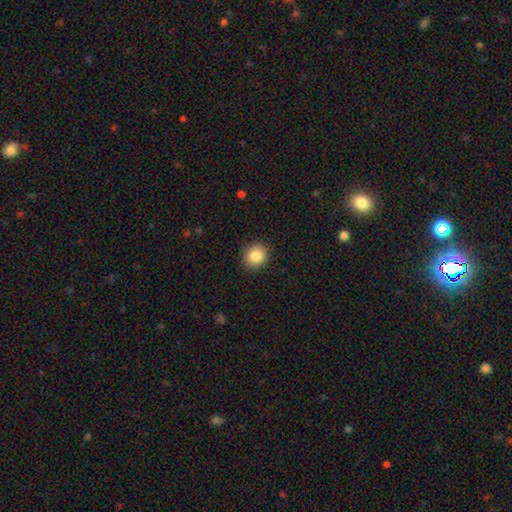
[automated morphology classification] smooth-or-featured: smooth: 85% | star or artifact: 10% | featured or disk: 6%
  how-rounded: round: 86% | in between: 13% | cigar-shaped: 1%
  merging: none: 91% | minor disturbance: 6% | major disturbance: 2% | merger: 1%